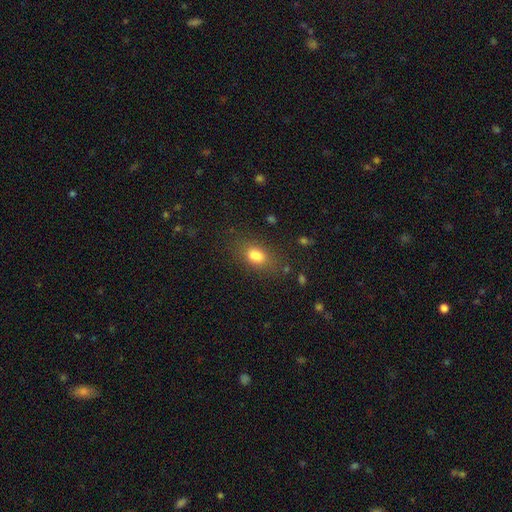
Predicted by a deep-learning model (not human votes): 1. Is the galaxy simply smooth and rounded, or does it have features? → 81% smooth, 10% star or artifact, 9% featured or disk.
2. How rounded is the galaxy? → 81% in between, 15% round, 4% cigar-shaped.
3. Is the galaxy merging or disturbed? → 75% none, 15% minor disturbance, 7% major disturbance, 2% merger.